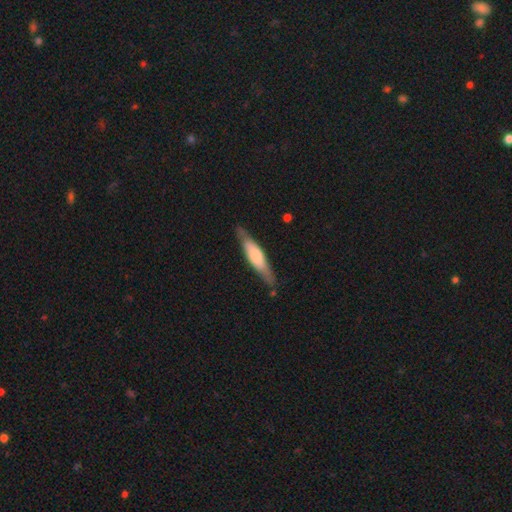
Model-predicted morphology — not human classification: This is possibly a smooth galaxy (53%). How rounded: likely cigar-shaped (78%). Merging: clearly none (82%).